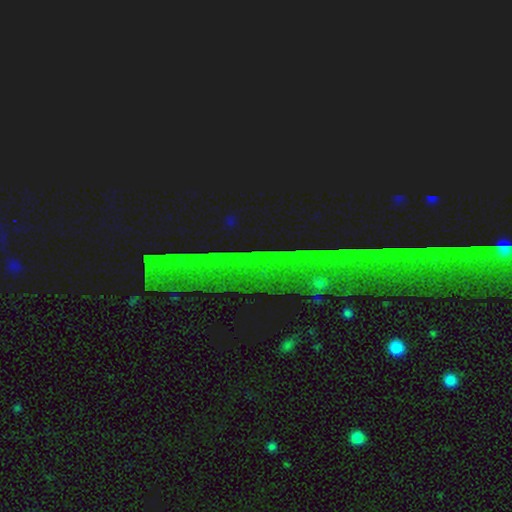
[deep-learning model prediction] This is clearly a star or artifact rather than a galaxy (83%).